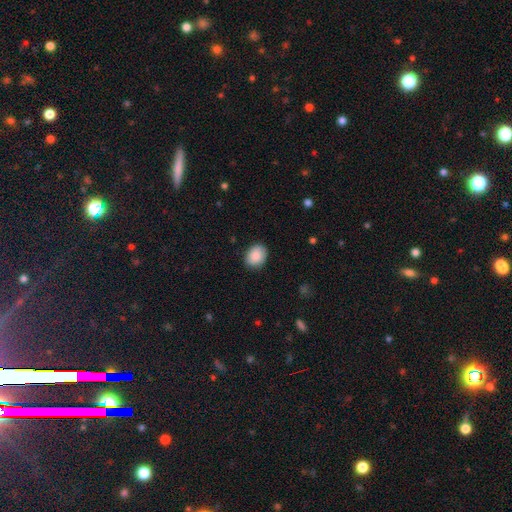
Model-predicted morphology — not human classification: Smooth or featured? Predicted: smooth (p=0.89). How rounded? Predicted: in between (p=0.59). Merging? Predicted: none (p=0.86).